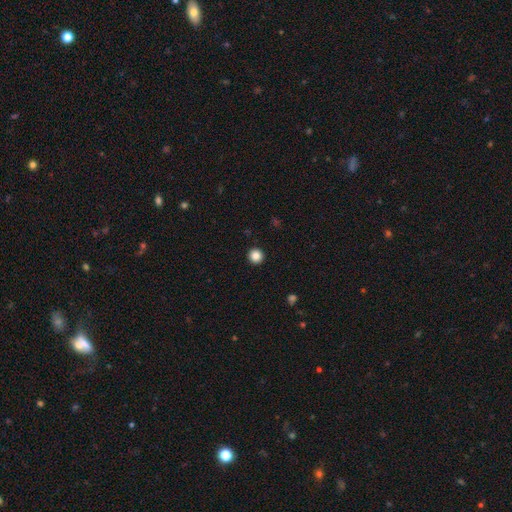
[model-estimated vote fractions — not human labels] smooth 86%, star or artifact 11%, featured or disk 4%. Down the decision tree: how rounded — round (95%); merging — none (94%).